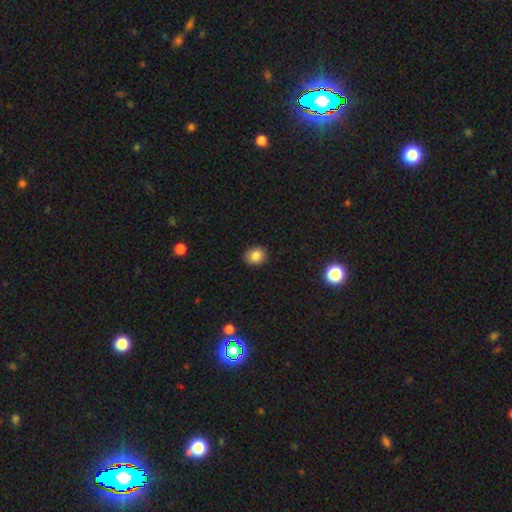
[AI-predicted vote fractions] A smooth galaxy with no disk features (85%) that is round (73%). Merging: none (90%).